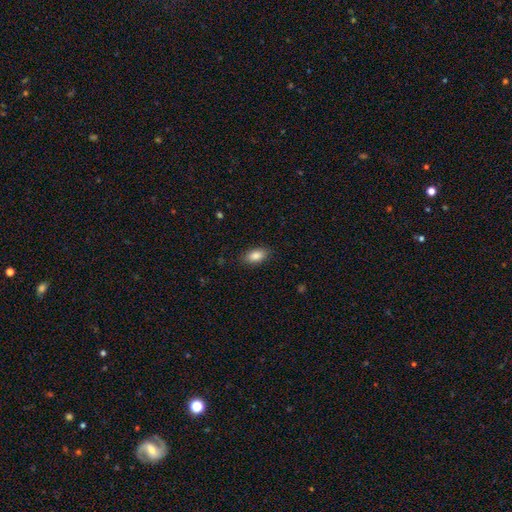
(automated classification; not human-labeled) Smooth or featured?
  - smooth: 86% *
  - star or artifact: 7%
  - featured or disk: 7%
How rounded?
  - in between: 91% *
  - cigar-shaped: 4%
  - round: 4%
Merging?
  - none: 86% *
  - minor disturbance: 10%
  - major disturbance: 3%
  - merger: 1%